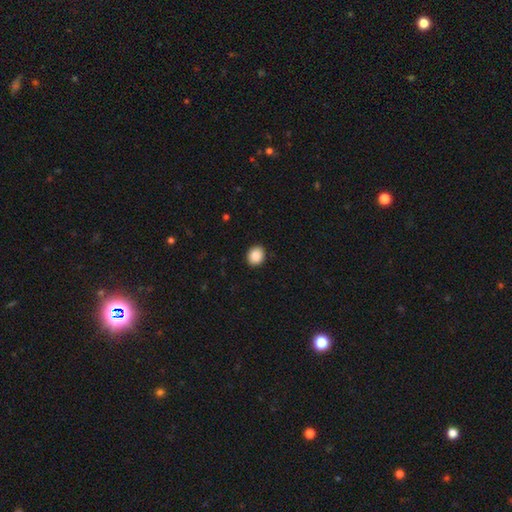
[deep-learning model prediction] Smooth or featured? Predicted: smooth (p=0.89). How rounded? Predicted: round (p=0.66). Merging? Predicted: none (p=0.90).